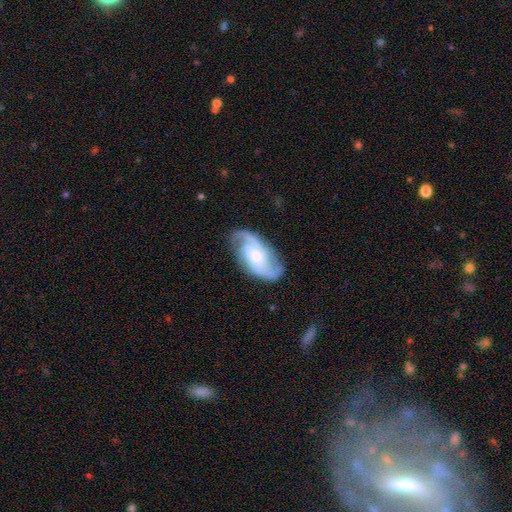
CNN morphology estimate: A featured or disk galaxy (84%) with no bar (61%), 2 (74%) medium (48%) spiral arms (96%) and a small central bulge (54%).

Vote fractions:
- Smooth or featured? featured or disk: 84% / smooth: 11% / star or artifact: 5%
- Edge-on disk? no: 96% / yes: 4%
- Bar? no: 61% / weak: 30% / strong: 8%
- Spiral arms? yes: 96% / no: 4%
- Spiral winding? medium: 48% / tight: 27% / loose: 25%
- Spiral arm count? 2: 74% / 3: 11% / can't tell: 8% / 1: 3% / 4: 2% / more than 4: 2%
- Bulge size? small: 54% / moderate: 34% / large: 6% / none: 5% / dominant: 1%
- Merging? none: 75% / minor disturbance: 17% / major disturbance: 7% / merger: 1%